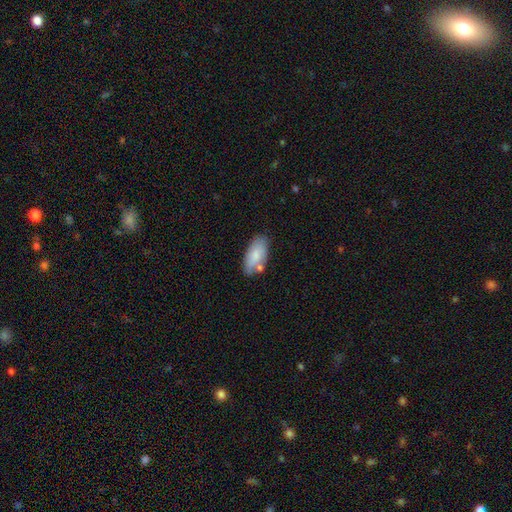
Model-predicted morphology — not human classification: This is likely a smooth galaxy (78%). How rounded: clearly in between (91%). Merging: likely none (65%).